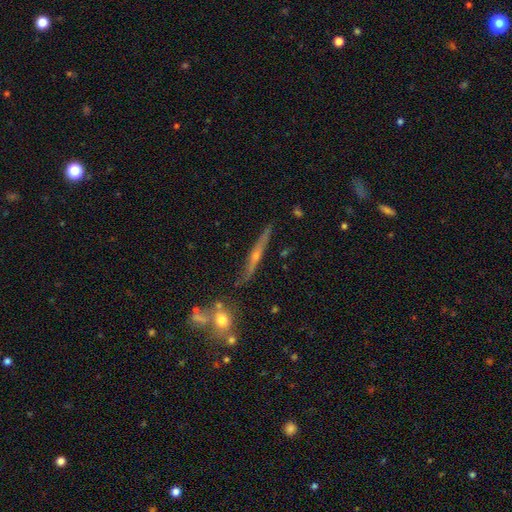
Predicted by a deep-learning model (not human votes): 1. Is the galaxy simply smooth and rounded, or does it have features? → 75% featured or disk, 16% smooth, 9% star or artifact.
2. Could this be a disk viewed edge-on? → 96% yes, 4% no.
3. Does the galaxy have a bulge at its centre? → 80% rounded, 15% none, 5% boxy.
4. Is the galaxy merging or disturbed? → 84% none, 10% minor disturbance, 4% merger, 3% major disturbance.